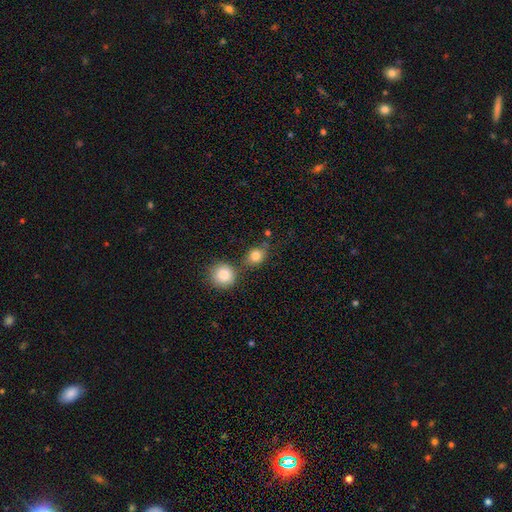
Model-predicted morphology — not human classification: A smooth galaxy with no disk features (81%) that is round (60%).

Vote fractions:
- Smooth or featured? smooth: 81% / star or artifact: 11% / featured or disk: 8%
- How rounded? round: 60% / in between: 38% / cigar-shaped: 2%
- Merging? none: 63% / merger: 17% / minor disturbance: 15% / major disturbance: 5%